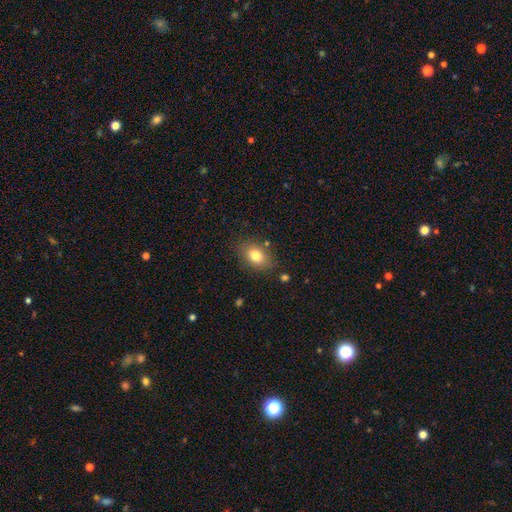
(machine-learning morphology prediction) Smooth or featured?
  - smooth: 80% *
  - featured or disk: 11%
  - star or artifact: 9%
How rounded?
  - in between: 79% *
  - round: 19%
  - cigar-shaped: 2%
Merging?
  - none: 81% *
  - minor disturbance: 13%
  - major disturbance: 3%
  - merger: 3%